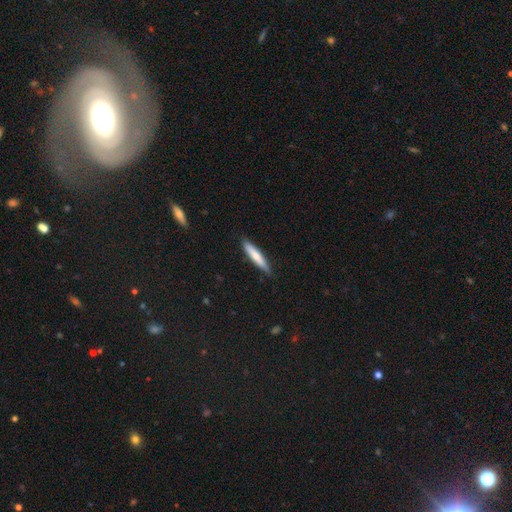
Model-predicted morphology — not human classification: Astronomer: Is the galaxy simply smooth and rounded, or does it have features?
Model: smooth — 73%.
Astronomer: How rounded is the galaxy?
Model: cigar-shaped — 88%.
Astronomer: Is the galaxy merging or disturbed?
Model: none — 86%.